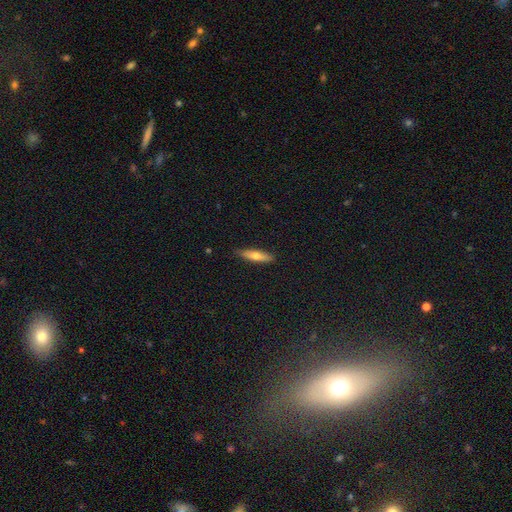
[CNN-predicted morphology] smooth-or-featured: smooth: 59% | featured or disk: 35% | star or artifact: 6%
  how-rounded: cigar-shaped: 75% | in between: 23% | round: 2%
  merging: none: 87% | minor disturbance: 10% | major disturbance: 2% | merger: 1%